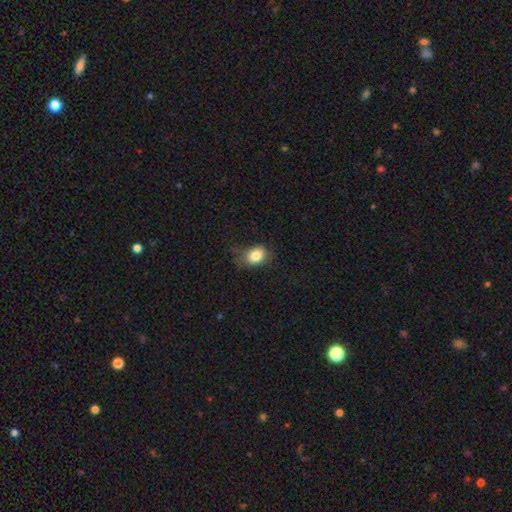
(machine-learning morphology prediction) Q: Smooth or featured?
A: smooth (82%); runner-up: star or artifact (9%)
Q: How rounded?
A: in between (67%); runner-up: round (32%)
Q: Merging?
A: none (55%); runner-up: minor disturbance (30%)